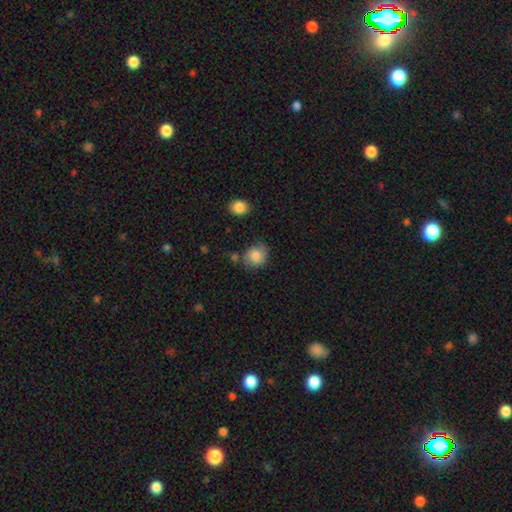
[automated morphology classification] This is clearly a smooth galaxy (80%). How rounded: likely round (75%). Merging: likely none (69%).